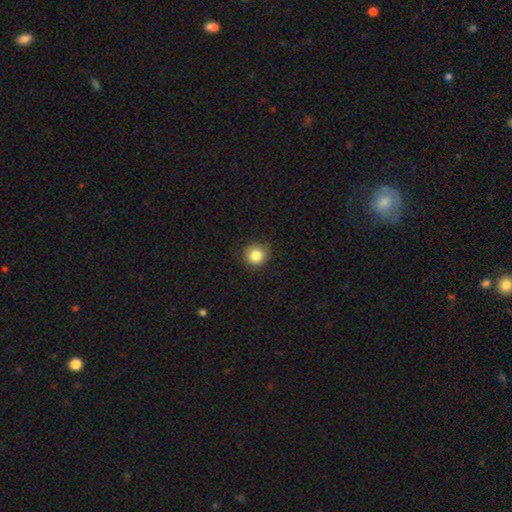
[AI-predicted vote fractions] Smooth or featured? Predicted: smooth (p=0.84). How rounded? Predicted: round (p=0.91). Merging? Predicted: none (p=0.85).